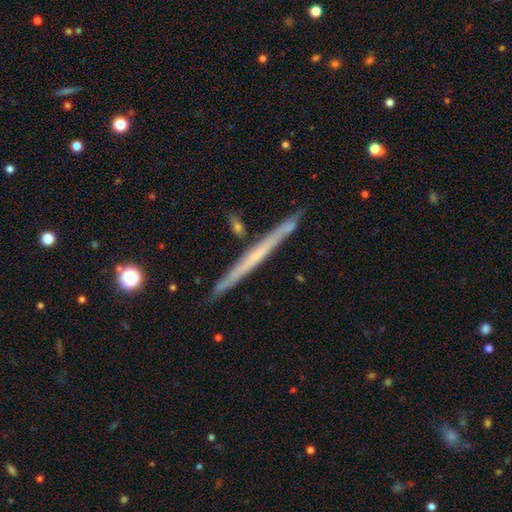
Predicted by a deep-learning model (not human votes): This appears to be a featured or disk galaxy (62%) viewed edge-on (98%) with no central bulge (83%). Merging: none (88%).